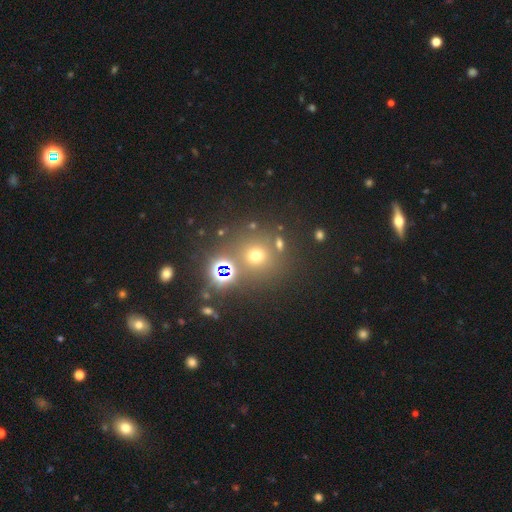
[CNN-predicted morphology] This is possibly a smooth galaxy (59%). How rounded: clearly round (90%). Merging: likely none (76%).